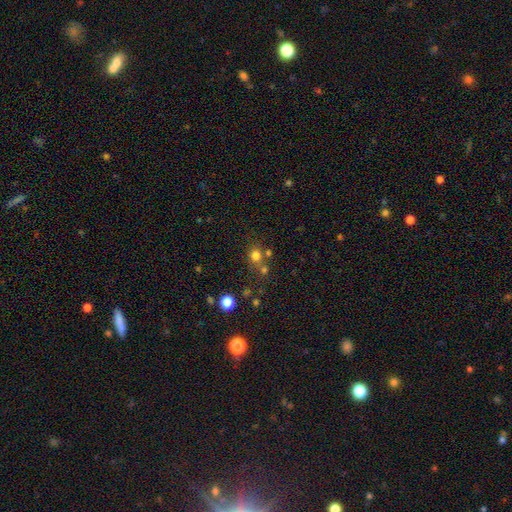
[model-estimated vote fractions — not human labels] Smooth or featured?
  - smooth: 74% *
  - star or artifact: 18%
  - featured or disk: 8%
How rounded?
  - round: 84% *
  - in between: 15%
  - cigar-shaped: 1%
Merging?
  - none: 62% *
  - merger: 24%
  - minor disturbance: 9%
  - major disturbance: 5%